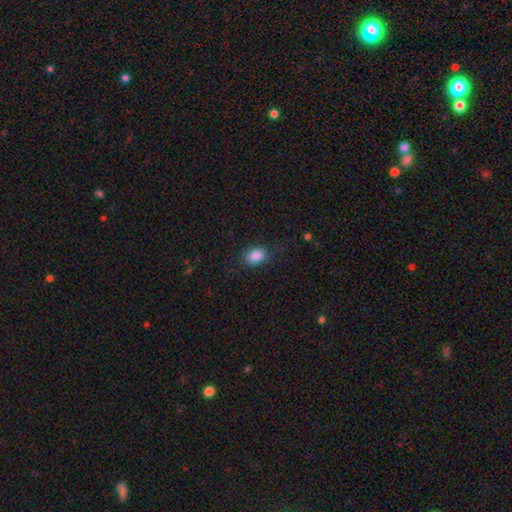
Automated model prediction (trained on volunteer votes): A smooth galaxy with no disk features (86%) that is in between round and cigar-shaped (72%). Merging: none (76%).